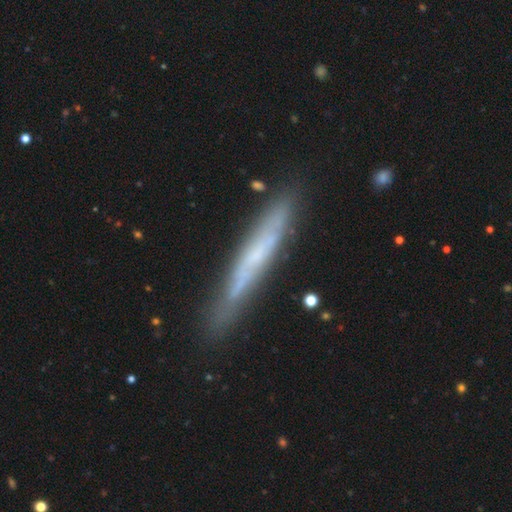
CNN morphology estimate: Smooth or featured?
  - featured or disk: 57% *
  - smooth: 35%
  - star or artifact: 7%
Edge-on disk?
  - yes: 85% *
  - no: 15%
Merging?
  - none: 80% *
  - minor disturbance: 15%
  - major disturbance: 3%
  - merger: 2%